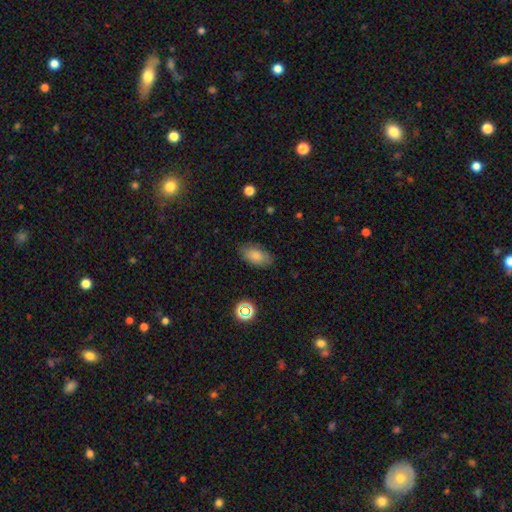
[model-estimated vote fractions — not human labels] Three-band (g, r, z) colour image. It shows a smooth galaxy with no disk features (79%) that is in between round and cigar-shaped (92%). Merging: none (82%).